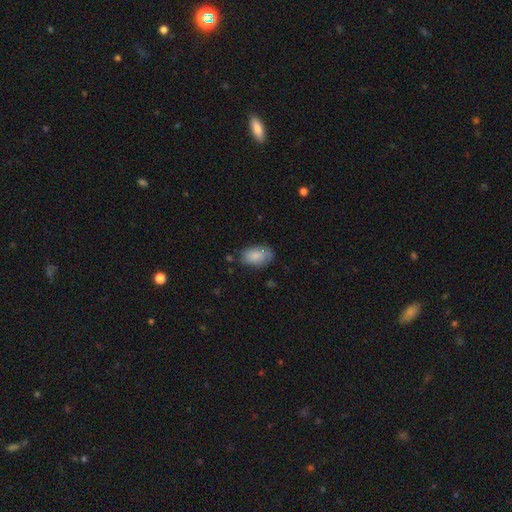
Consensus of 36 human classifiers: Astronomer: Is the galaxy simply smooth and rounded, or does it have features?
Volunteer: smooth — 94%.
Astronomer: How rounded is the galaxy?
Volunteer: in between — 85%.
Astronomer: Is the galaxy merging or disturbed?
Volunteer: none — 74%.